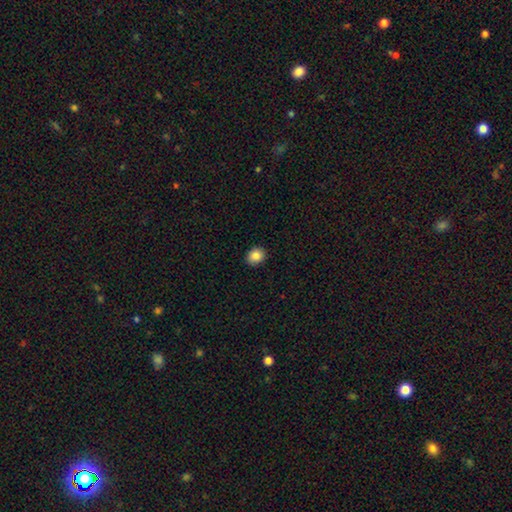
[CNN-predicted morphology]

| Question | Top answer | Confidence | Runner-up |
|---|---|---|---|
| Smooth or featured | smooth | 86% | star or artifact (9%) |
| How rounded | round | 61% | in between (38%) |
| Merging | none | 90% | minor disturbance (7%) |